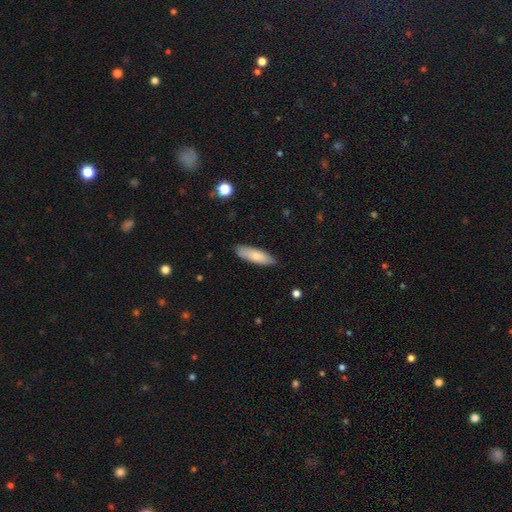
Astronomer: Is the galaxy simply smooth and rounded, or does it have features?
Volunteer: smooth — 87%.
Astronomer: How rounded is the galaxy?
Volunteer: in between — 55% (runner-up: cigar-shaped, 42%).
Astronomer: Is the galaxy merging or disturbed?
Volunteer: none — 83%.